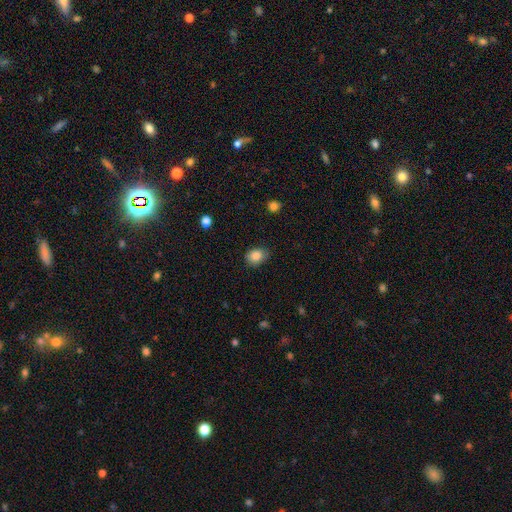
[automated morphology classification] Smooth or featured? smooth (86%)
How rounded? in between (56%)
Merging? none (78%)